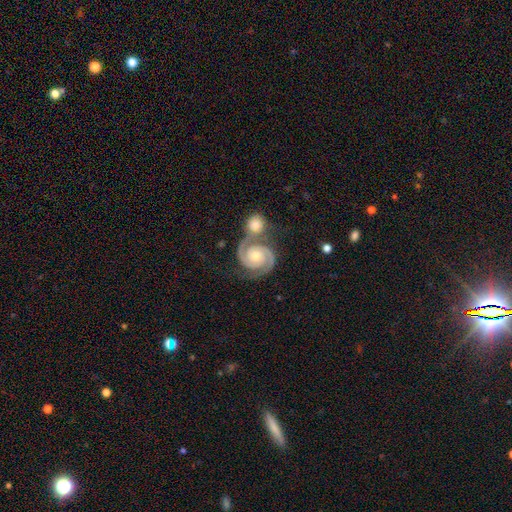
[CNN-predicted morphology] smooth-or-featured: featured or disk: 93% | star or artifact: 4% | smooth: 3%
  disk-edge-on: no: 98% | yes: 2%
    bar: no: 76% | weak: 18% | strong: 7%
    has-spiral-arms: yes: 99% | no: 1%
      spiral-winding: tight: 70% | medium: 27% | loose: 3%
      spiral-arm-count: 2: 93% | 3: 2% | can't tell: 1% | 1: 1% | 4: 1% | more than 4: 1%
    bulge-size: moderate: 51% | small: 40% | large: 4% | none: 3% | dominant: 2%
  merging: none: 47% | merger: 39% | minor disturbance: 9% | major disturbance: 4%